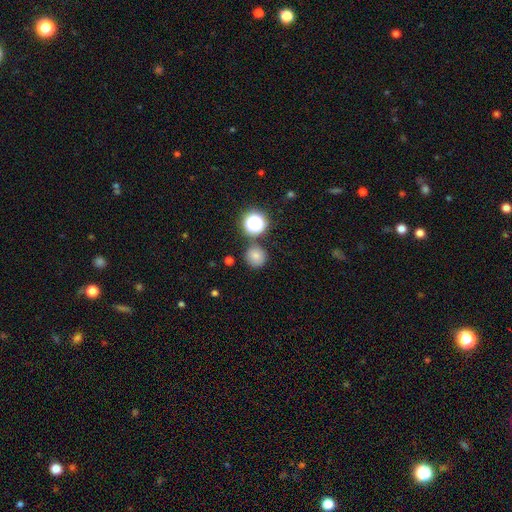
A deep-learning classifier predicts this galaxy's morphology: This is likely a smooth galaxy (75%). How rounded: clearly round (93%). Merging: clearly none (81%).